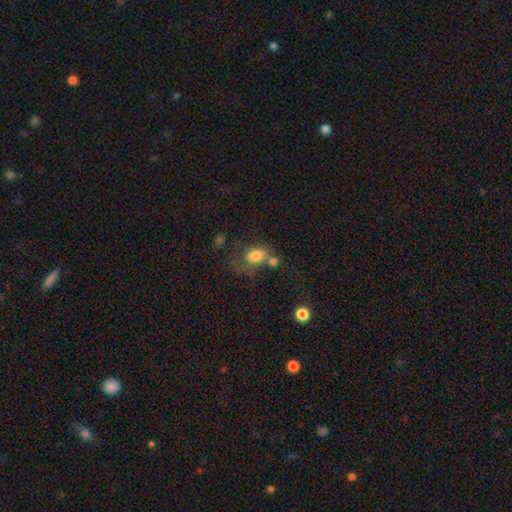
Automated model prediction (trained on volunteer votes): Morphology: type=smooth (77%); roundness=in between (74%); merging=none (34%).